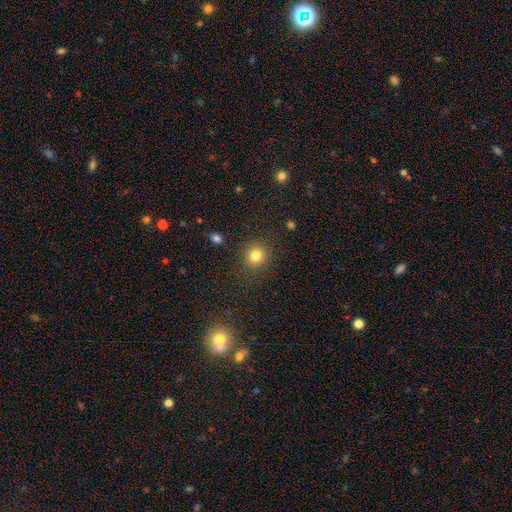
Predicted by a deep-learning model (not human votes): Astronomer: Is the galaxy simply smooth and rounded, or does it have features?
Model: smooth — 82%.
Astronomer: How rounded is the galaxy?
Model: round — 89%.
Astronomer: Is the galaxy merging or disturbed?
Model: none — 87%.